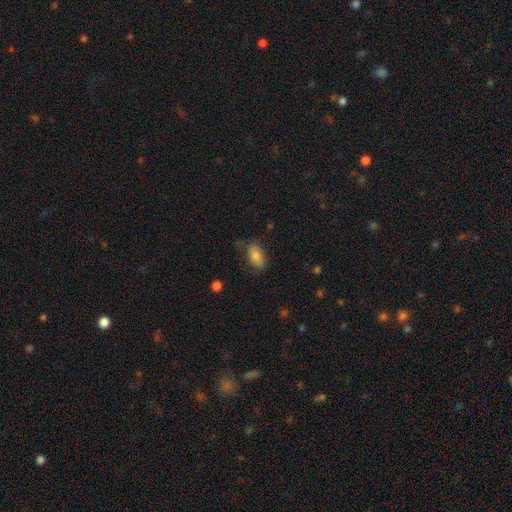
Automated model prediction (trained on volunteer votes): Smooth or featured: smooth — 79% (featured or disk — 13%)
How rounded: in between — 90% (round — 5%)
Merging: none — 71% (minor disturbance — 21%)